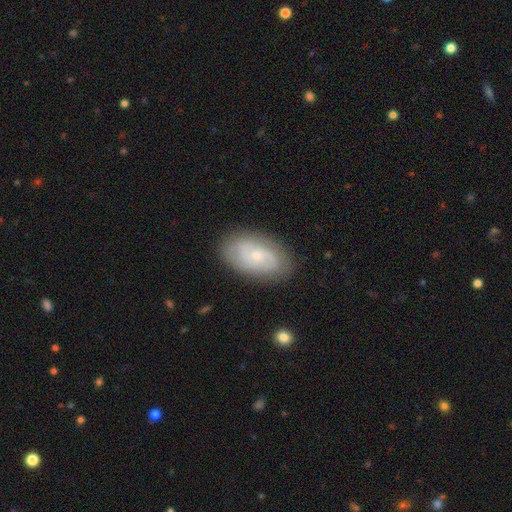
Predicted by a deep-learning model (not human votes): smooth-or-featured: featured or disk: 67% | smooth: 26% | star or artifact: 7%
  disk-edge-on: no: 96% | yes: 4%
    bar: no: 64% | weak: 32% | strong: 4%
    has-spiral-arms: yes: 90% | no: 10%
      spiral-winding: tight: 45% | medium: 40% | loose: 15%
      spiral-arm-count: 2: 56% | can't tell: 26% | 3: 10% | 1: 4% | 4: 3% | more than 4: 2%
    bulge-size: small: 66% | moderate: 27% | none: 4% | large: 2% | dominant: 1%
  merging: none: 81% | minor disturbance: 14% | major disturbance: 4% | merger: 1%